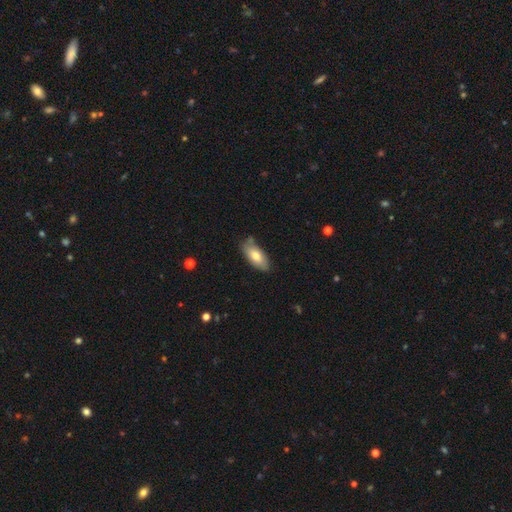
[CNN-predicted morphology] Q: Smooth or featured?
A: smooth (75%); runner-up: featured or disk (19%)
Q: How rounded?
A: in between (86%); runner-up: cigar-shaped (12%)
Q: Merging?
A: none (77%); runner-up: minor disturbance (17%)